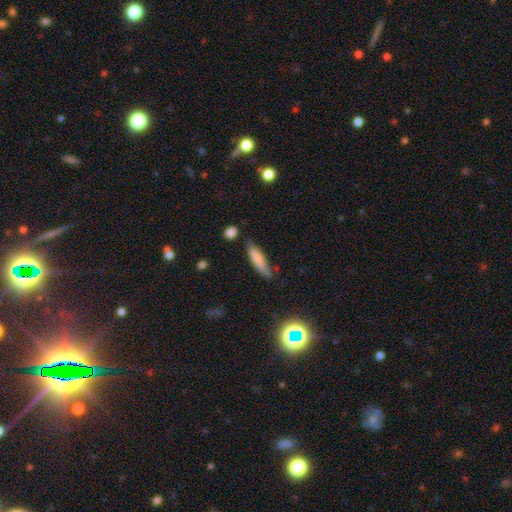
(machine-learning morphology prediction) Overall: smooth (75%). How rounded: cigar-shaped (75%). Merging: none (66%).